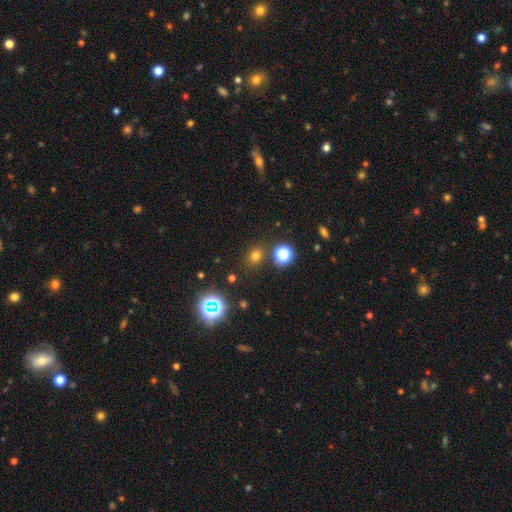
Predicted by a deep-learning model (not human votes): A smooth galaxy with no disk features (69%) that is round (73%). Merging: none (82%).